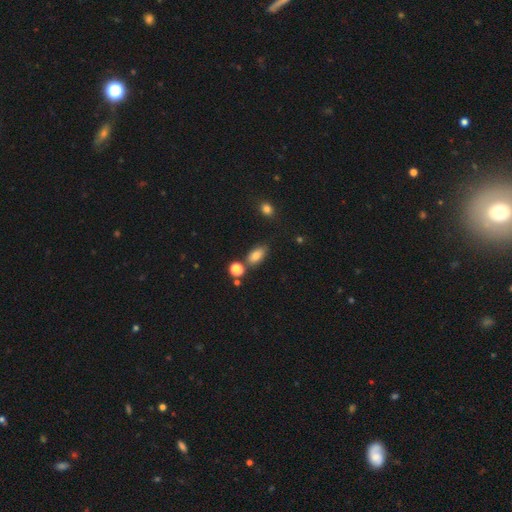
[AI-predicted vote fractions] Smooth or featured: smooth — 80% (star or artifact — 10%)
How rounded: in between — 86% (round — 8%)
Merging: none — 69% (minor disturbance — 15%)